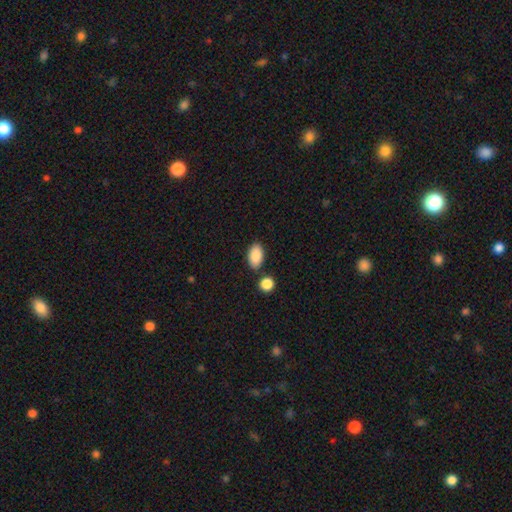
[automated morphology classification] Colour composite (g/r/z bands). It shows a smooth galaxy with no disk features (88%) that is in between round and cigar-shaped (93%). Merging: none (81%).